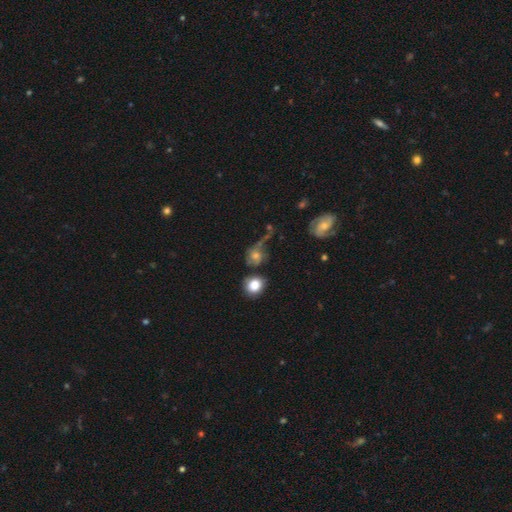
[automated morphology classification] Q: Smooth or featured?
A: smooth (56%); runner-up: featured or disk (30%)
Q: How rounded?
A: round (74%); runner-up: in between (24%)
Q: Merging?
A: none (33%); runner-up: major disturbance (29%)